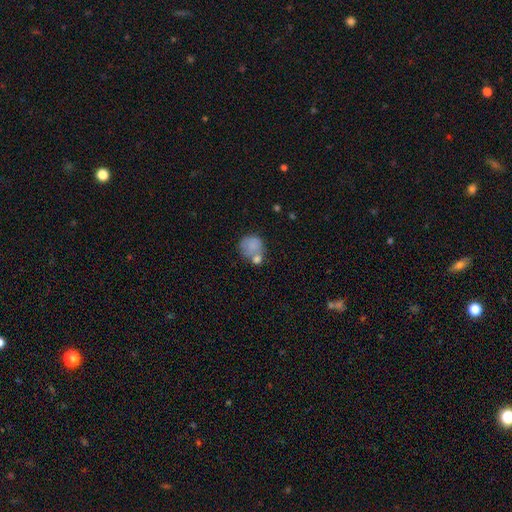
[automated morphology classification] smooth_or_featured: smooth (p=0.74) [alt: featured or disk p=0.17]
how_rounded: round (p=0.78) [alt: in between p=0.21]
merging: none (p=0.39) [alt: merger p=0.34]